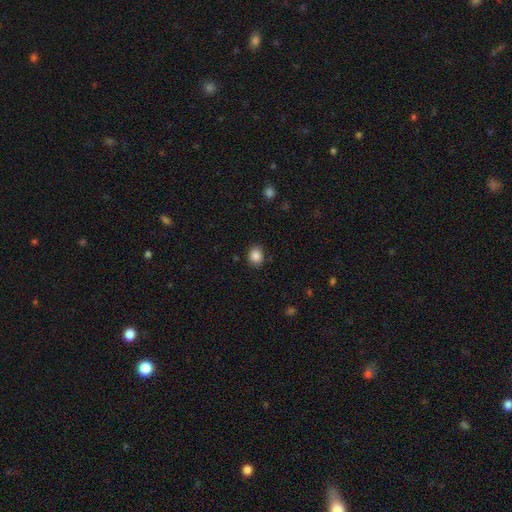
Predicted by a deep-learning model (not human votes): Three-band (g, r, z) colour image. It shows a smooth galaxy with no disk features (86%) that is round (59%). Merging: none (87%).